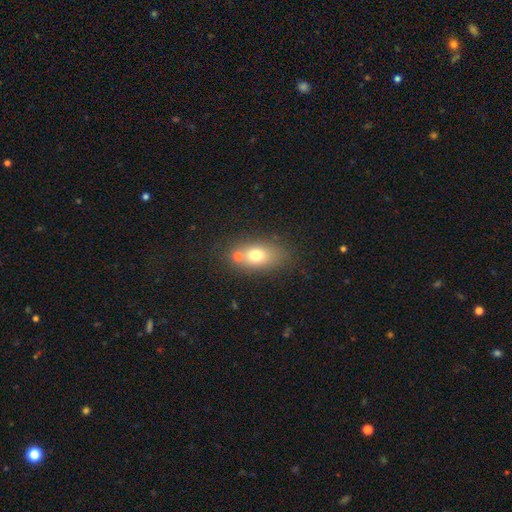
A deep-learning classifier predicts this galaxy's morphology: Overall: smooth (71%). How rounded: in between (76%). Merging: none (56%; merger 27%).